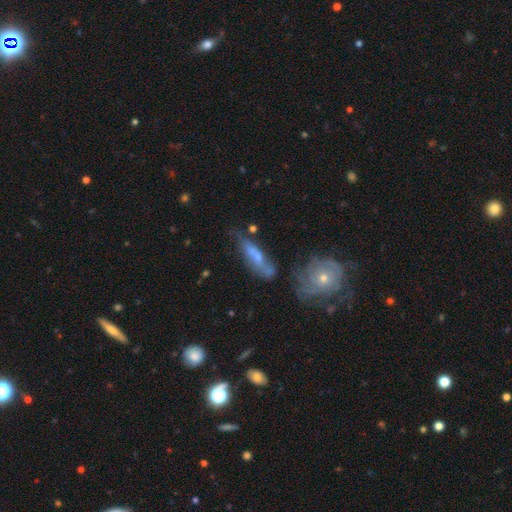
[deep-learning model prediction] A featured or disk galaxy (50%). Merging: none (46%).